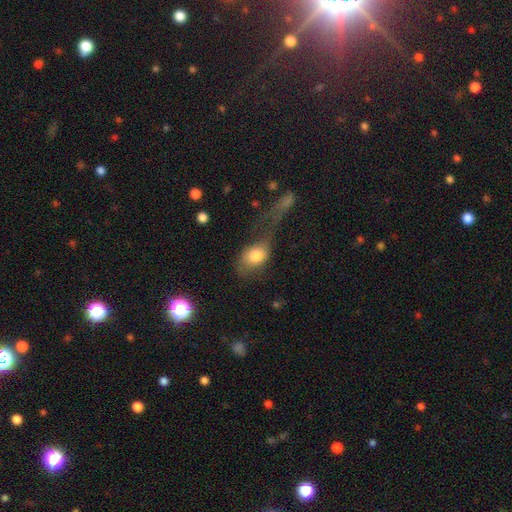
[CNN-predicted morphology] Q: Smooth or featured?
A: smooth (77%); runner-up: featured or disk (15%)
Q: How rounded?
A: in between (78%); runner-up: round (20%)
Q: Merging?
A: major disturbance (37%); runner-up: none (26%)